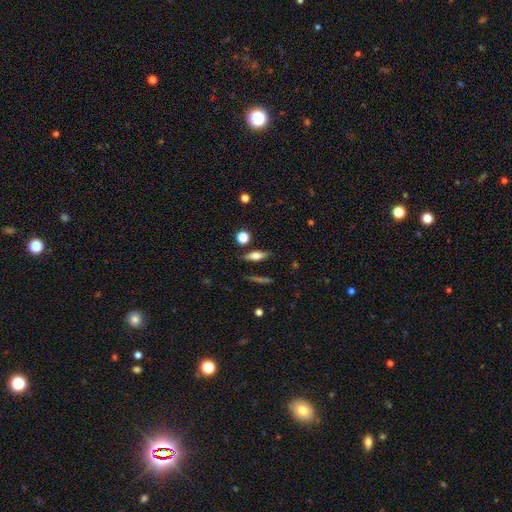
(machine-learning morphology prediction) Overall: smooth (55%; featured or disk 36%). How rounded: in between (51%; cigar-shaped 42%). Merging: none (82%).